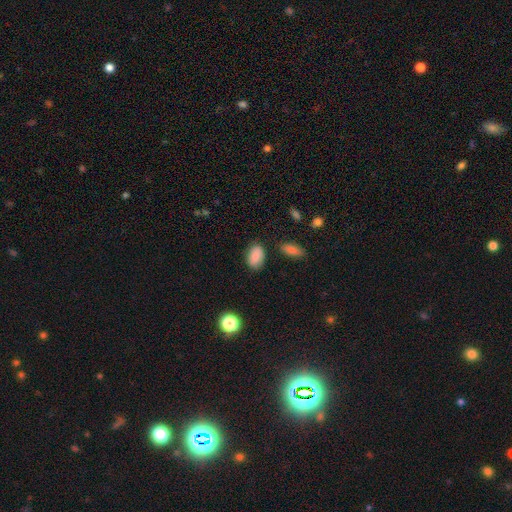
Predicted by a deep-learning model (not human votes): smooth-or-featured: smooth: 84% | star or artifact: 8% | featured or disk: 8%
  how-rounded: in between: 89% | round: 9% | cigar-shaped: 2%
  merging: none: 80% | minor disturbance: 14% | major disturbance: 3% | merger: 3%